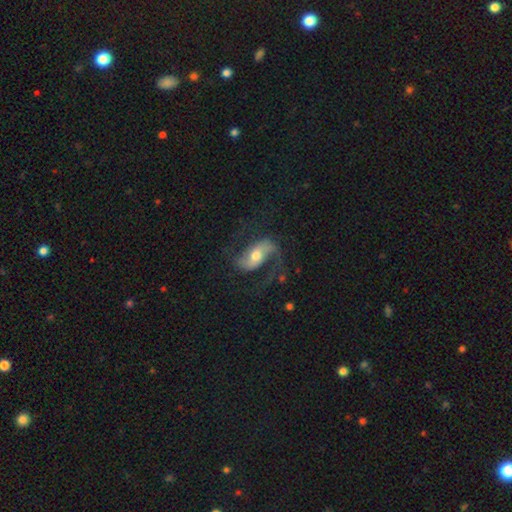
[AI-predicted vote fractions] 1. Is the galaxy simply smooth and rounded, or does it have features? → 81% featured or disk, 12% smooth, 6% star or artifact.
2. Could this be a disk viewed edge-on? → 95% no, 5% yes.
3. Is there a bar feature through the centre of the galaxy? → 38% weak, 33% strong, 29% no.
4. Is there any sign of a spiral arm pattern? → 94% yes, 6% no.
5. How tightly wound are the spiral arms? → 52% loose, 39% medium, 10% tight.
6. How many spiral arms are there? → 87% 2, 6% 1, 3% can't tell, 1% 3, 1% 4, 1% more than 4.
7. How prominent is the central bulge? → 66% moderate, 23% small, 8% large, 1% none, 1% dominant.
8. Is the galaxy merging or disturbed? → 65% none, 18% major disturbance, 15% minor disturbance, 2% merger.